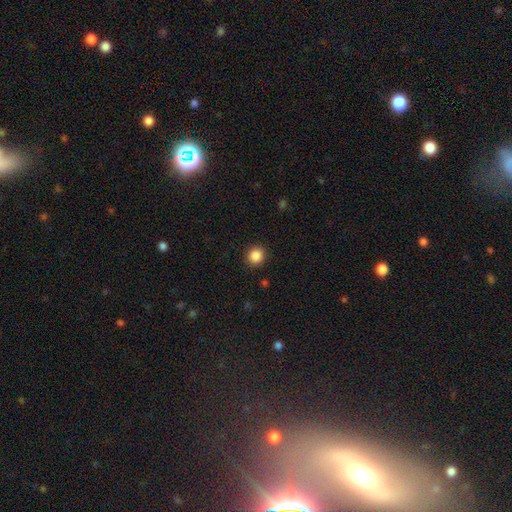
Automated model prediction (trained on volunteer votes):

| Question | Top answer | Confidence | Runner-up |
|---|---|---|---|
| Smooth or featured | smooth | 87% | star or artifact (10%) |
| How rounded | round | 90% | in between (9%) |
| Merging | none | 92% | minor disturbance (5%) |